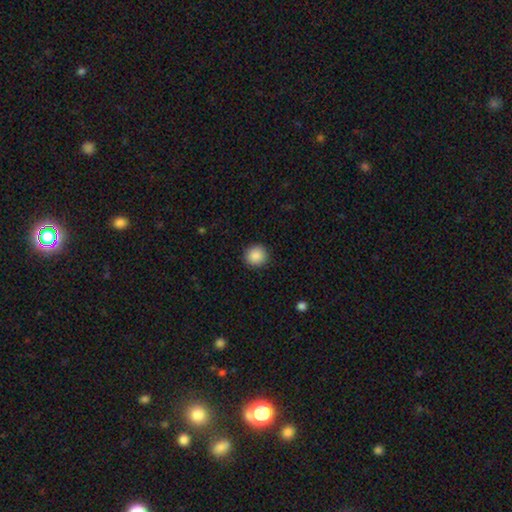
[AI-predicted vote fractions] smooth 89%, star or artifact 8%, featured or disk 3%. Down the decision tree: how rounded — round (94%); merging — none (92%).